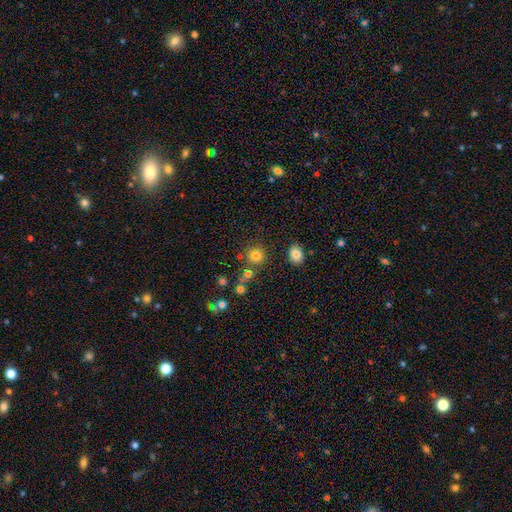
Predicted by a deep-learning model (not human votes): Smooth or featured? smooth (78%)
How rounded? round (89%)
Merging? none (75%)